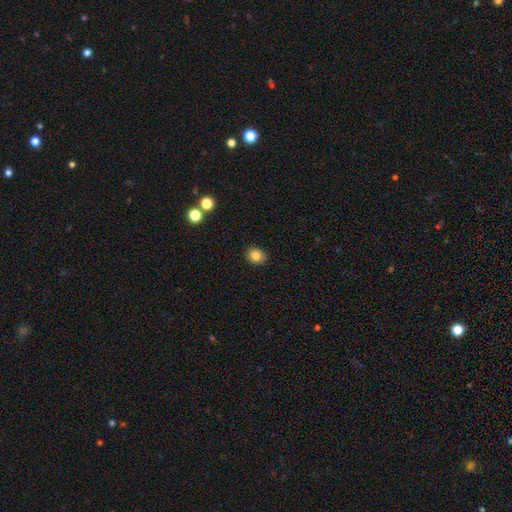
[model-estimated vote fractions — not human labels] A smooth galaxy with no disk features (83%) that is round (63%). Merging: none (89%).